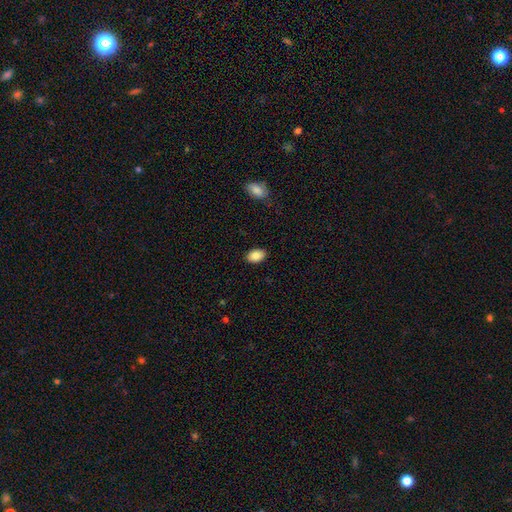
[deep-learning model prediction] The model was most divided on "how rounded": in between: 88%, round: 10%, cigar-shaped: 1%. More confident: merging — none (89%); smooth or featured — smooth (86%).